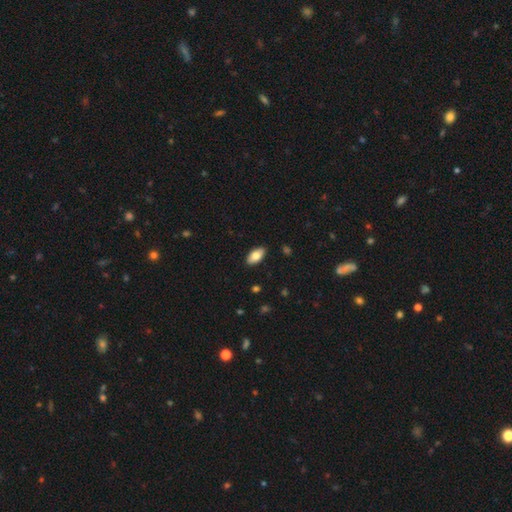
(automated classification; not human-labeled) This appears to be a smooth galaxy with no disk features (80%) that is in between round and cigar-shaped (93%). Merging: none (89%).